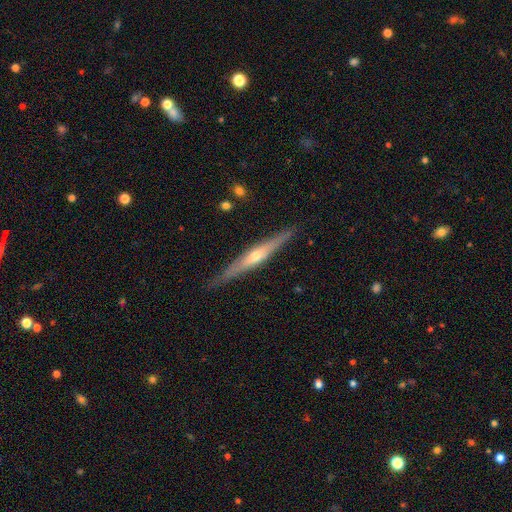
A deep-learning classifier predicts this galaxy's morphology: A featured or disk galaxy (75%) viewed edge-on (97%) with a rounded central bulge (83%). Merging: none (89%).